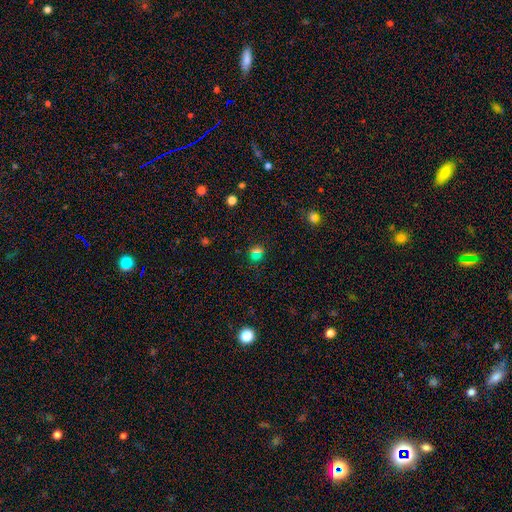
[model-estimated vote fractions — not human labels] A smooth galaxy with no disk features (53%) that is round (73%). Merging: none (79%).